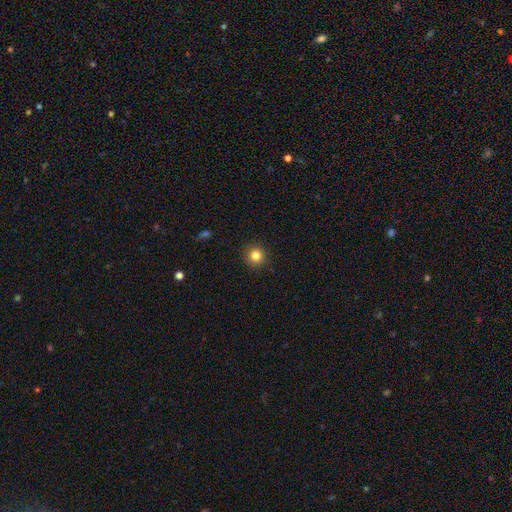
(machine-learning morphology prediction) The model was most divided on "smooth or featured": smooth: 83%, star or artifact: 12%, featured or disk: 6%. More confident: how rounded — round (94%); merging — none (92%).